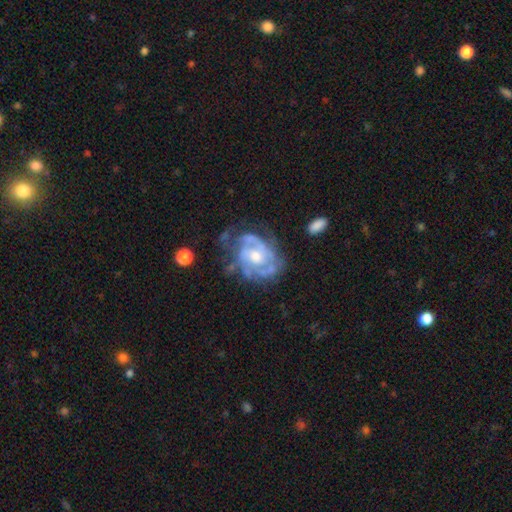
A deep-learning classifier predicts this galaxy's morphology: featured or disk 84%, smooth 10%, star or artifact 6%. Down the decision tree: edge-on disk — no (97%); bar — no (66%); spiral arms — yes (83%); spiral arm count — can't tell (36%); spiral winding — tight (53%); bulge size — moderate (63%); merging — none (54%).